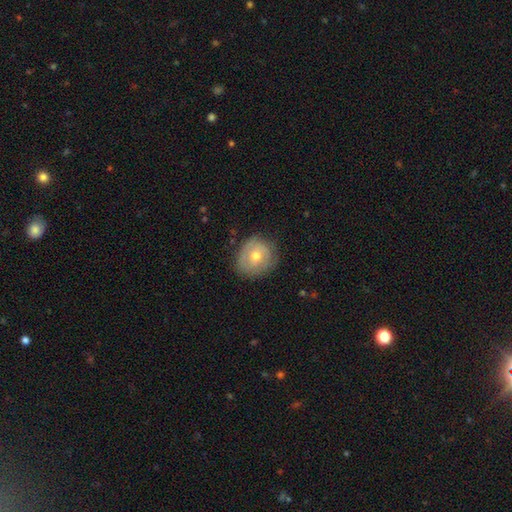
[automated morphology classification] This appears to be a featured or disk galaxy (50%). Merging: none (75%).